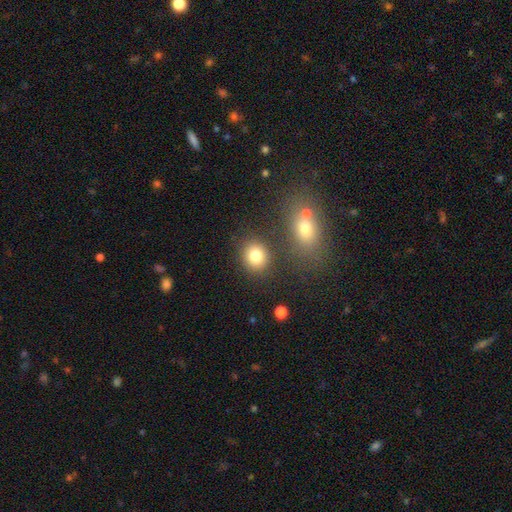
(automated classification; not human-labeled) Smooth or featured? smooth (82%)
How rounded? round (70%)
Merging? none (80%)